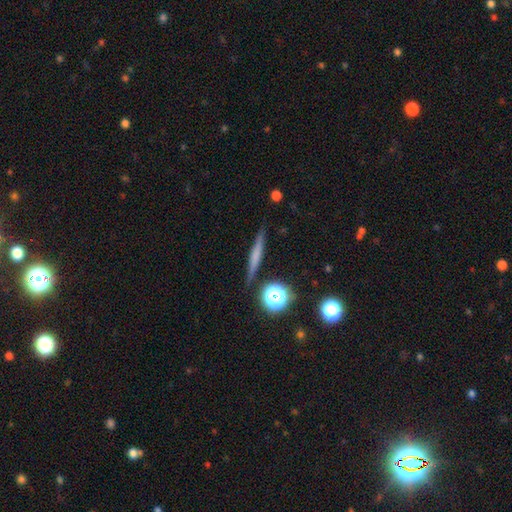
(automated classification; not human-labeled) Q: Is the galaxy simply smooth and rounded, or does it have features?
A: smooth — 47%.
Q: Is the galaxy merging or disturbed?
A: none — 87%.